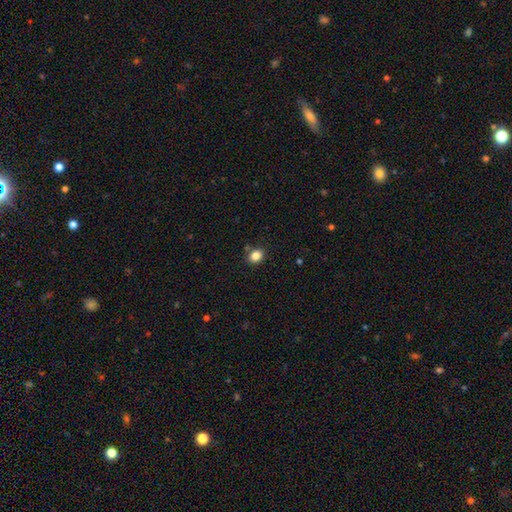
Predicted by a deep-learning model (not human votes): A smooth galaxy with no disk features (85%) that is round (51%). Merging: none (83%).